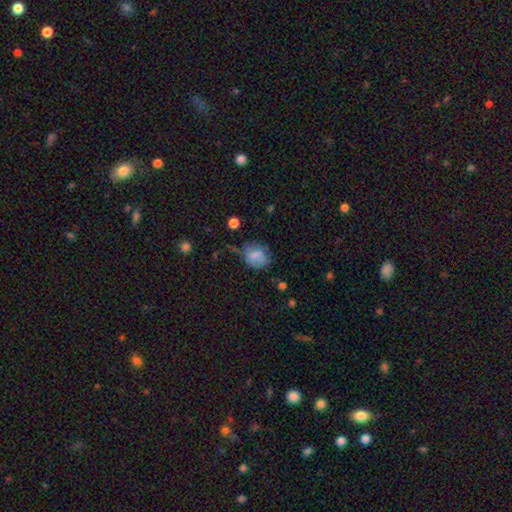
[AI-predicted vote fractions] smooth-or-featured: smooth: 70% | featured or disk: 19% | star or artifact: 11%
  how-rounded: round: 55% | in between: 44% | cigar-shaped: 1%
  merging: none: 51% | minor disturbance: 31% | major disturbance: 15% | merger: 4%